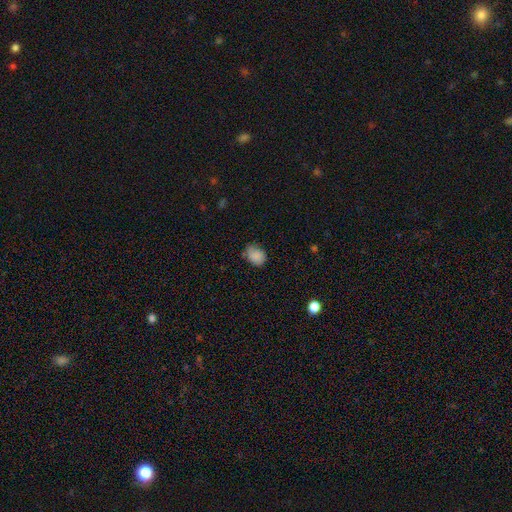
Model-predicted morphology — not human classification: Smooth or featured: smooth — 84% (star or artifact — 9%)
How rounded: in between — 56% (round — 43%)
Merging: none — 60% (minor disturbance — 31%)